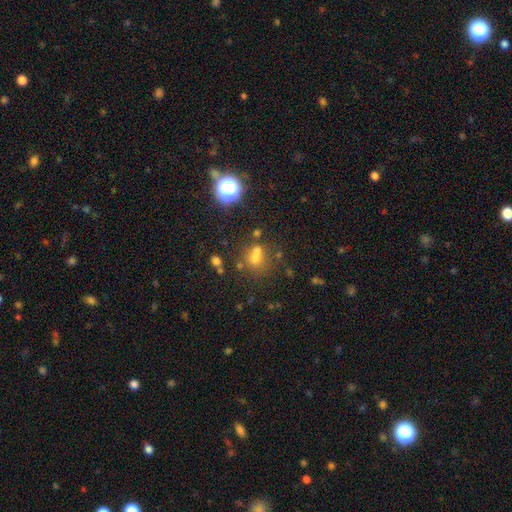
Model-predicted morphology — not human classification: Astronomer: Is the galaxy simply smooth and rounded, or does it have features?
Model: smooth — 54% (runner-up: star or artifact, 31%).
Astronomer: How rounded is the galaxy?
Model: round — 71%.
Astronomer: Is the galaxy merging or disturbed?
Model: none — 49% (runner-up: merger, 33%).